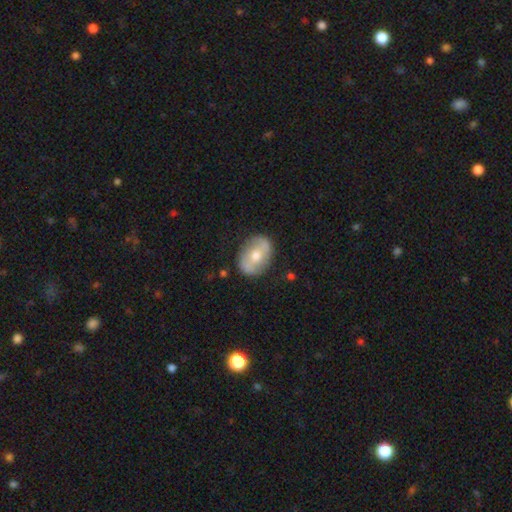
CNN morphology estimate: Smooth or featured?
  - featured or disk: 52% *
  - smooth: 41%
  - star or artifact: 7%
Edge-on disk?
  - no: 92% *
  - yes: 8%
Merging?
  - none: 82% *
  - minor disturbance: 13%
  - major disturbance: 3%
  - merger: 2%